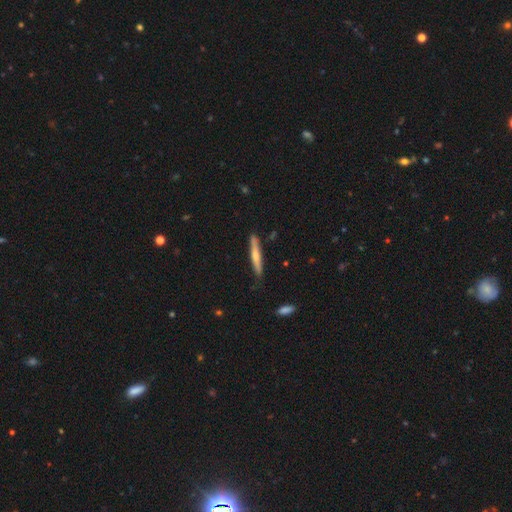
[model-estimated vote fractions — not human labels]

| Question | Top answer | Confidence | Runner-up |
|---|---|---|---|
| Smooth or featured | smooth | 56% | featured or disk (39%) |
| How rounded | cigar-shaped | 94% | in between (5%) |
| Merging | none | 82% | minor disturbance (14%) |